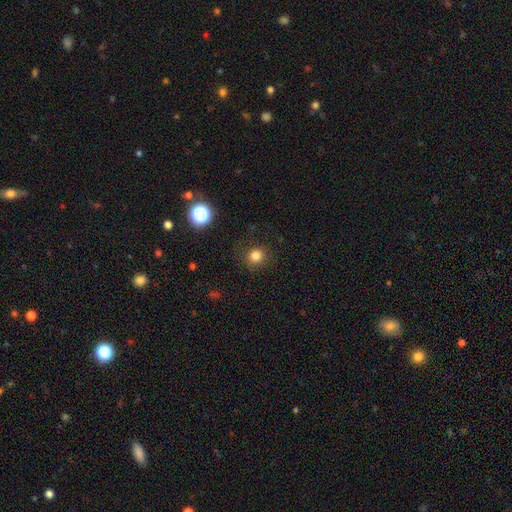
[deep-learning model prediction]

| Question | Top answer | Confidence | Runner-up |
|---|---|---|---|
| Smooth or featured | smooth | 81% | star or artifact (14%) |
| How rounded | round | 90% | in between (10%) |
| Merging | none | 88% | minor disturbance (8%) |